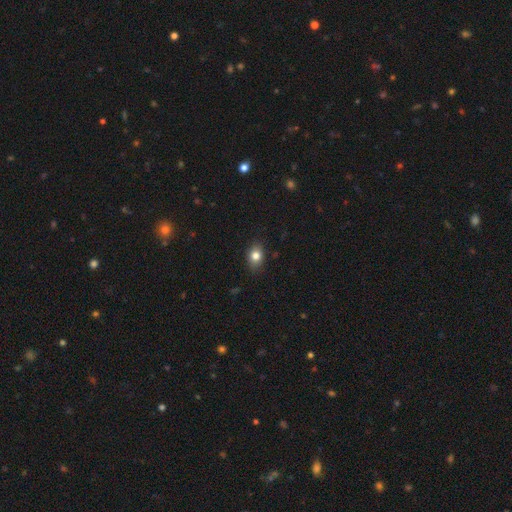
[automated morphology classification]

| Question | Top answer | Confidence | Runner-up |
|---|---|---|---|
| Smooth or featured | smooth | 81% | star or artifact (10%) |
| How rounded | in between | 69% | round (30%) |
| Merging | none | 84% | minor disturbance (13%) |